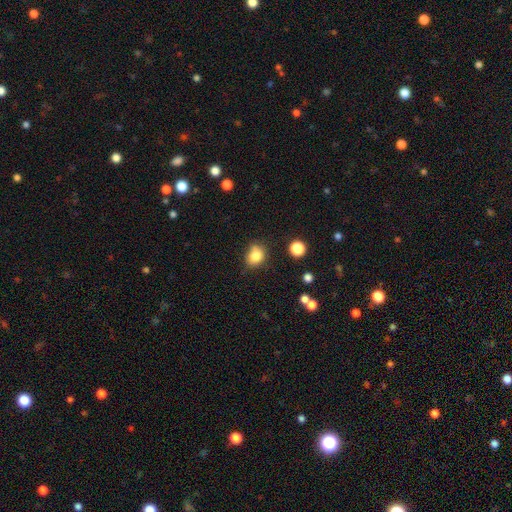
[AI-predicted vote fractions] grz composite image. It shows a smooth galaxy with no disk features (82%) that is round (53%). Merging: none (64%).